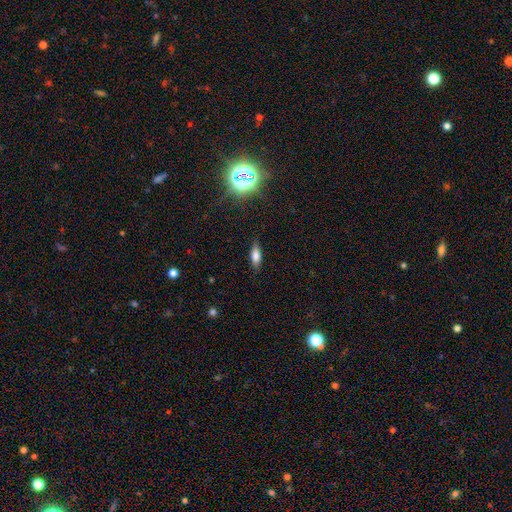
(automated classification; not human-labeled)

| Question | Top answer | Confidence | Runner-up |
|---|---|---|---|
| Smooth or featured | smooth | 73% | featured or disk (15%) |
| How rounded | in between | 69% | cigar-shaped (28%) |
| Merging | none | 83% | minor disturbance (13%) |